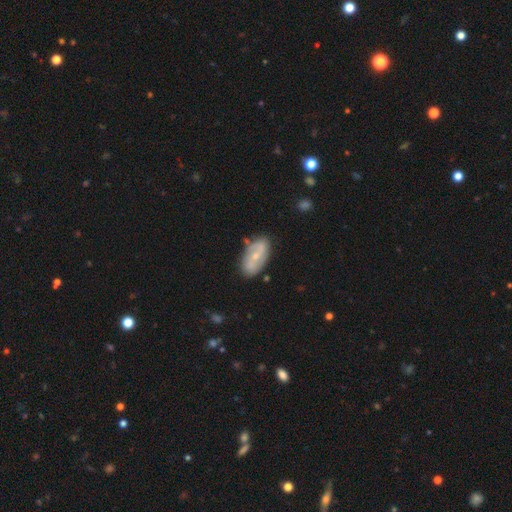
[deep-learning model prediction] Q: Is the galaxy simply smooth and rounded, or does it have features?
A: featured or disk — 62%.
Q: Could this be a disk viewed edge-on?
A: no — 93%.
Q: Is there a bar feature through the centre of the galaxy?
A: no — 42%.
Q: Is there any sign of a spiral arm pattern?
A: yes — 75%.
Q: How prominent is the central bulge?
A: small — 61%.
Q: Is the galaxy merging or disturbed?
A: none — 78%.